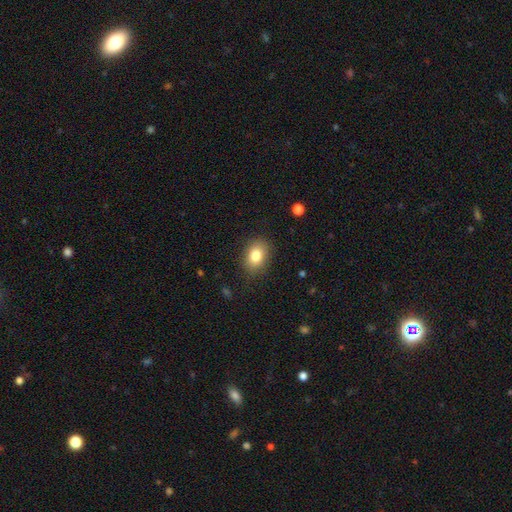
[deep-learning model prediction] Smooth or featured?
  - smooth: 82% *
  - star or artifact: 9%
  - featured or disk: 9%
How rounded?
  - in between: 69% *
  - round: 29%
  - cigar-shaped: 1%
Merging?
  - none: 85% *
  - minor disturbance: 11%
  - major disturbance: 3%
  - merger: 1%